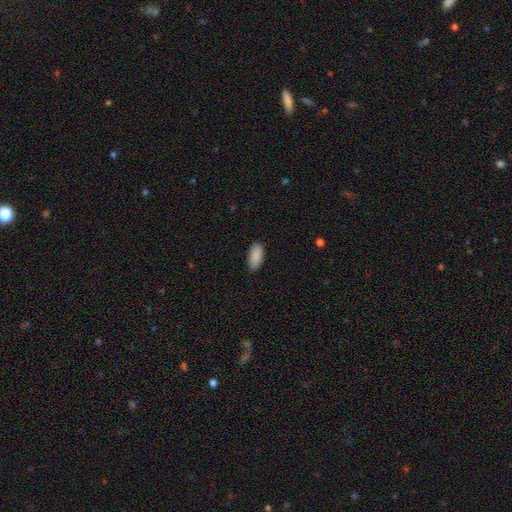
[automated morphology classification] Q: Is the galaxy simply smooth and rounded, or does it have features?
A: smooth — 90%.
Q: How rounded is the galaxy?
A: in between — 92%.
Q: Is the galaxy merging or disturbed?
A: none — 85%.